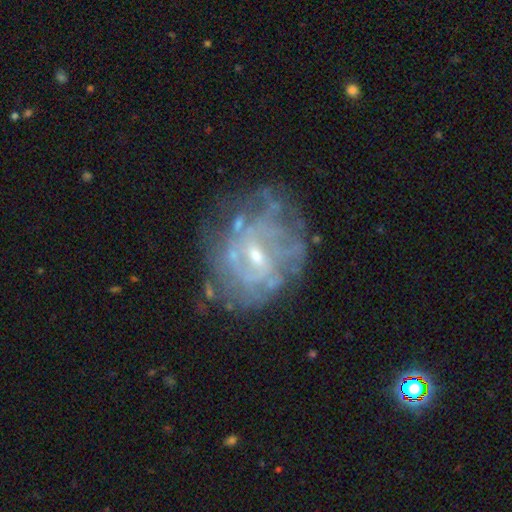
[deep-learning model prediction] Smooth or featured? featured or disk (76%)
Edge-on disk? no (97%)
Bar? weak (48%)
Spiral arms? yes (58%)
Bulge size? small (61%)
Merging? none (60%)